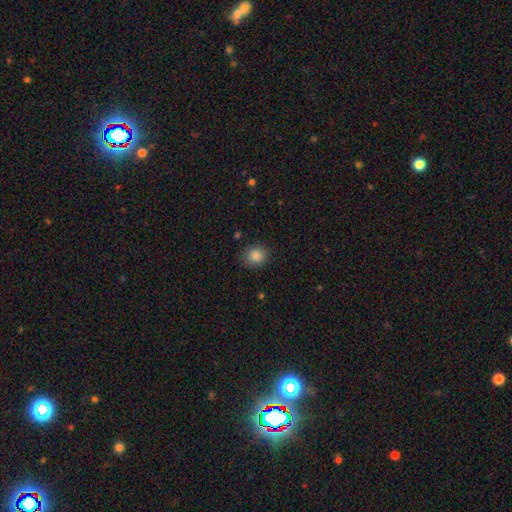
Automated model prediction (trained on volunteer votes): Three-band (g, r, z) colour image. It shows a smooth galaxy with no disk features (86%) that is round (68%). Merging: none (85%).